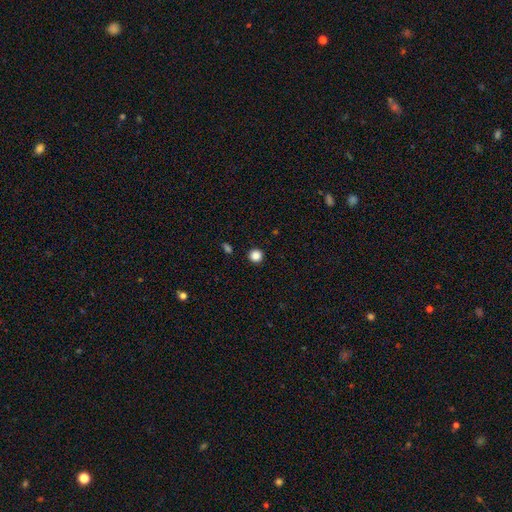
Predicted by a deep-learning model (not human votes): A smooth galaxy with no disk features (86%) that is round (95%).

Vote fractions:
- Smooth or featured? smooth: 86% / star or artifact: 11% / featured or disk: 3%
- How rounded? round: 95% / in between: 4% / cigar-shaped: 1%
- Merging? none: 92% / minor disturbance: 5% / major disturbance: 2% / merger: 2%